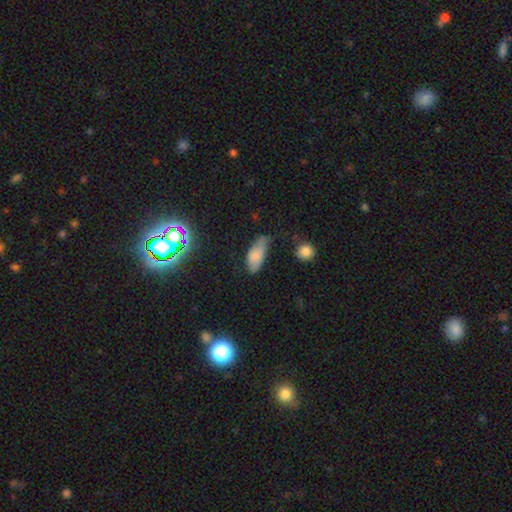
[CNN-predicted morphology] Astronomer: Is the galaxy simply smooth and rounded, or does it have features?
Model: smooth — 77%.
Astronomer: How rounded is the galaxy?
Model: in between — 86%.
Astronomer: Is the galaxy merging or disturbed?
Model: minor disturbance — 42% (runner-up: none, 41%).